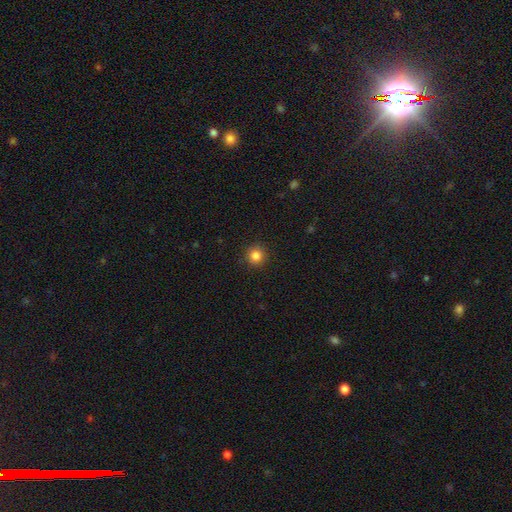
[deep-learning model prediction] smooth 84%, star or artifact 11%, featured or disk 4%. Down the decision tree: how rounded — round (94%); merging — none (92%).